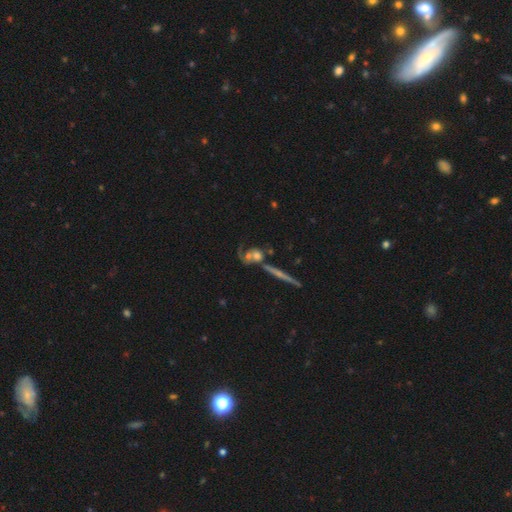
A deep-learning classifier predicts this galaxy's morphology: A featured or disk galaxy (61%). Merging: none (38%).